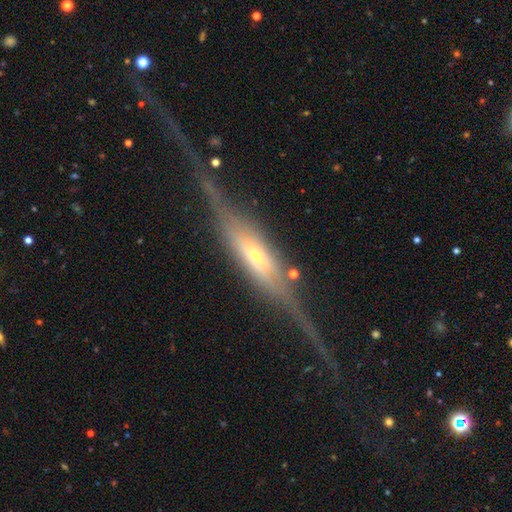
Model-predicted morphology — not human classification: A featured or disk galaxy (78%) viewed edge-on (91%) with a rounded central bulge (70%).

Vote fractions:
- Smooth or featured? featured or disk: 78% / smooth: 14% / star or artifact: 7%
- Edge-on disk? yes: 91% / no: 9%
- Edge-on bulge? rounded: 70% / boxy: 22% / none: 8%
- Merging? none: 62% / minor disturbance: 19% / major disturbance: 15% / merger: 4%